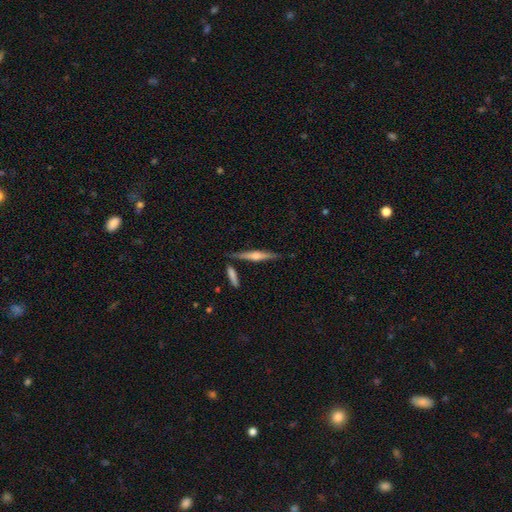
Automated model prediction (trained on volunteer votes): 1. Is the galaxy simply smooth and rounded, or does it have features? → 67% featured or disk, 27% smooth, 6% star or artifact.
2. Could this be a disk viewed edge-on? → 97% yes, 3% no.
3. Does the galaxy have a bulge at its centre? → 80% rounded, 11% boxy, 9% none.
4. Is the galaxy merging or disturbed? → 81% none, 10% minor disturbance, 7% merger, 2% major disturbance.